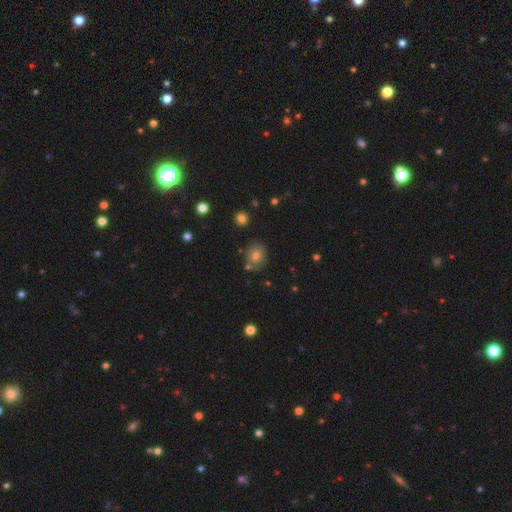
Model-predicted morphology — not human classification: smooth-or-featured: smooth: 75% | star or artifact: 13% | featured or disk: 12%
  how-rounded: round: 68% | in between: 31% | cigar-shaped: 1%
  merging: none: 77% | minor disturbance: 12% | merger: 7% | major disturbance: 3%